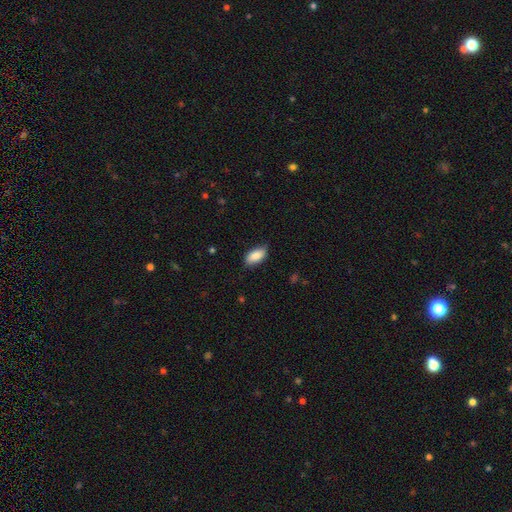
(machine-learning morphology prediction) A smooth galaxy with no disk features (88%) that is in between round and cigar-shaped (92%). Merging: none (80%).